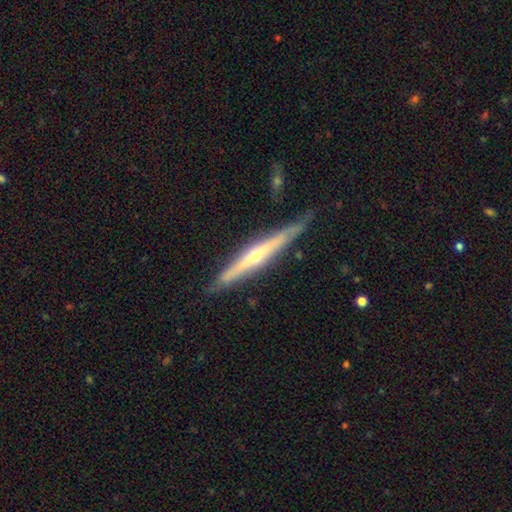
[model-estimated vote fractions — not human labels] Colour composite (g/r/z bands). It shows a featured or disk galaxy (76%) viewed edge-on (96%) with a rounded central bulge (80%). Merging: none (82%).